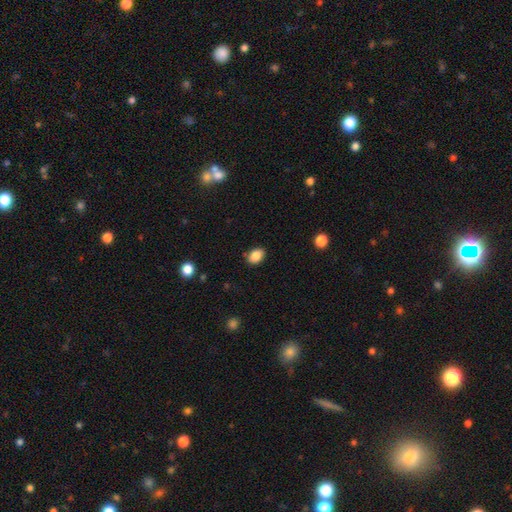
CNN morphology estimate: smooth 87%, star or artifact 9%, featured or disk 4%. Down the decision tree: how rounded — in between (78%); merging — none (83%).